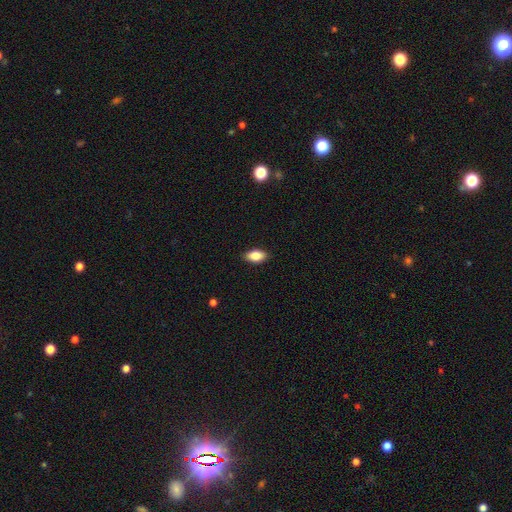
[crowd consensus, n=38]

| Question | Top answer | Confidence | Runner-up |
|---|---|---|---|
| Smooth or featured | smooth | 84% | featured or disk (11%) |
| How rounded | in between | 97% | cigar-shaped (3%) |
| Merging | none | 92% | minor disturbance (3%) |